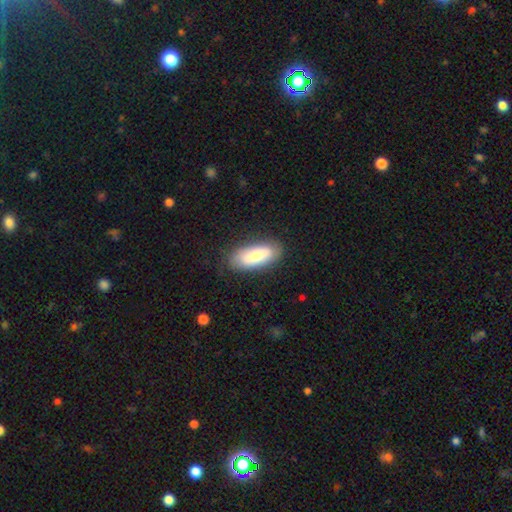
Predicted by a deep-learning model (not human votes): smooth_or_featured: smooth (p=0.72) [alt: featured or disk p=0.22]
how_rounded: in between (p=0.77) [alt: cigar-shaped p=0.21]
merging: none (p=0.80) [alt: minor disturbance p=0.15]